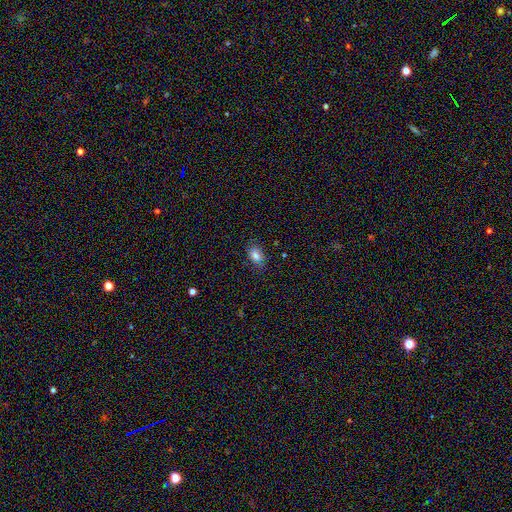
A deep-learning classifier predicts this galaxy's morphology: A smooth galaxy with no disk features (79%) that is in between round and cigar-shaped (83%). Merging: none (81%).